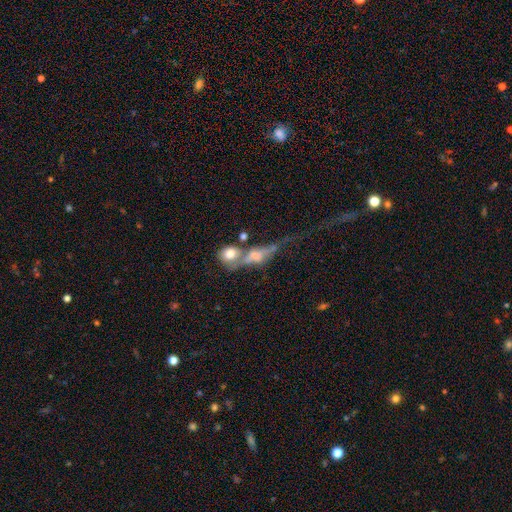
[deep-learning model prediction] Overall: featured or disk (47%; smooth 42%). Merging: merger (44%; none 26%).